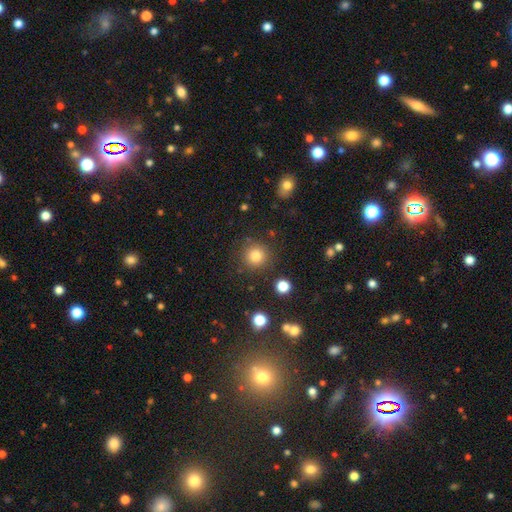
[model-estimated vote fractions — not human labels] This is clearly a smooth galaxy (81%). How rounded: clearly round (94%). Merging: clearly none (86%).